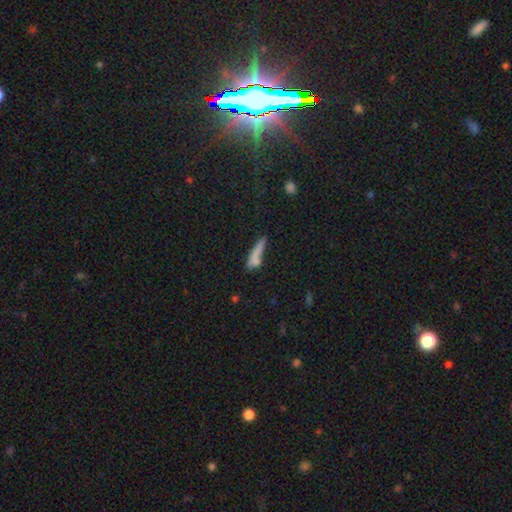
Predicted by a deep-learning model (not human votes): Smooth or featured: smooth — 71% (featured or disk — 19%)
How rounded: cigar-shaped — 78% (in between — 19%)
Merging: none — 45% (minor disturbance — 22%)